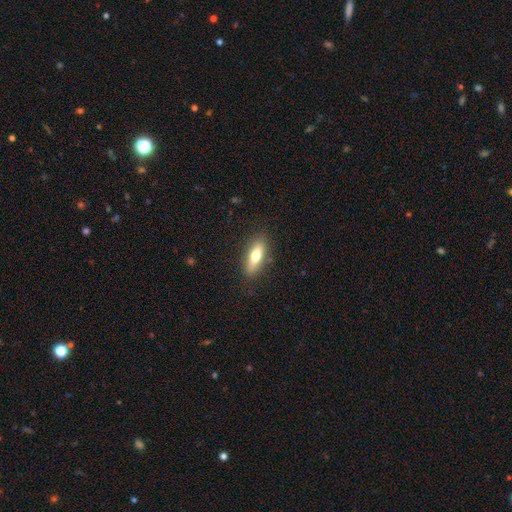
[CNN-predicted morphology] This appears to be a smooth galaxy with no disk features (67%) that is in between round and cigar-shaped (61%). Merging: none (84%).